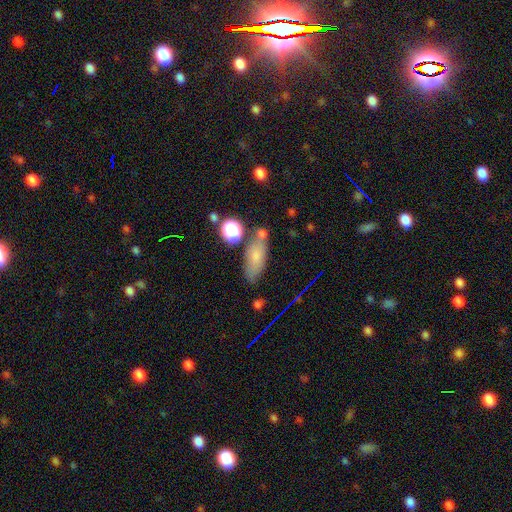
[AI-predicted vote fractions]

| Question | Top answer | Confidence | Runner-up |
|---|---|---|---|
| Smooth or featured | smooth | 69% | featured or disk (17%) |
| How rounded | in between | 68% | cigar-shaped (24%) |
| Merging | none | 62% | minor disturbance (18%) |